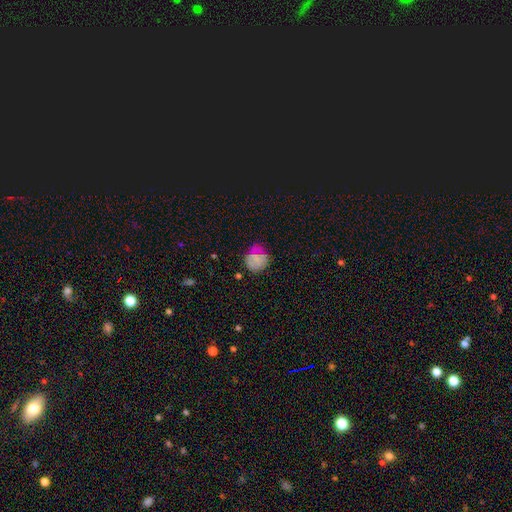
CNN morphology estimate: This appears to be a smooth galaxy with no disk features (66%) that is round (81%). Merging: none (64%).